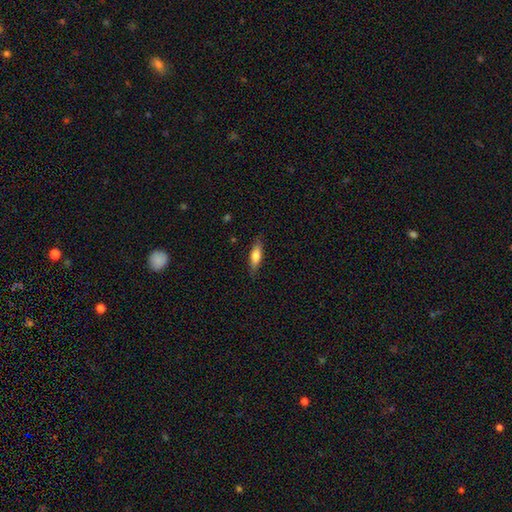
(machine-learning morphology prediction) Q: Smooth or featured?
A: smooth (72%); runner-up: featured or disk (21%)
Q: How rounded?
A: in between (50%); runner-up: cigar-shaped (48%)
Q: Merging?
A: none (82%); runner-up: minor disturbance (14%)